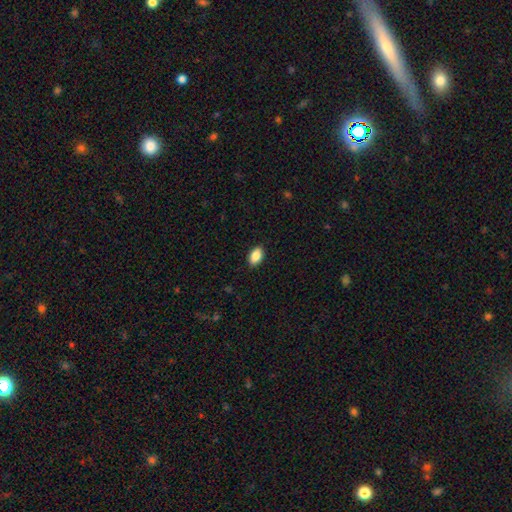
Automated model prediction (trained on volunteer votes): A smooth galaxy with no disk features (88%) that is in between round and cigar-shaped (91%).

Vote fractions:
- Smooth or featured? smooth: 88% / star or artifact: 7% / featured or disk: 4%
- How rounded? in between: 91% / round: 7% / cigar-shaped: 2%
- Merging? none: 89% / minor disturbance: 8% / major disturbance: 2% / merger: 1%